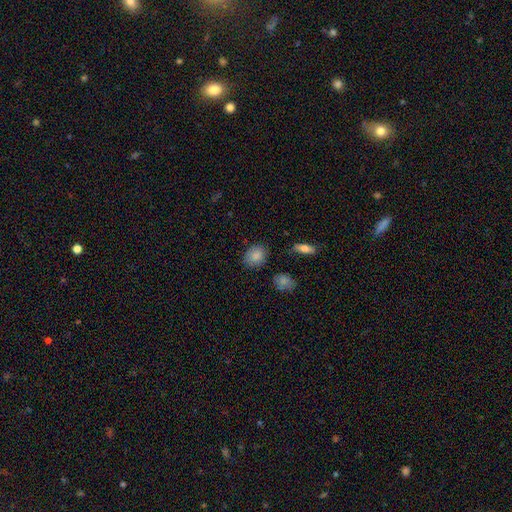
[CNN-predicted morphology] type=smooth (85%); roundness=in between (51%); merging=none (81%).